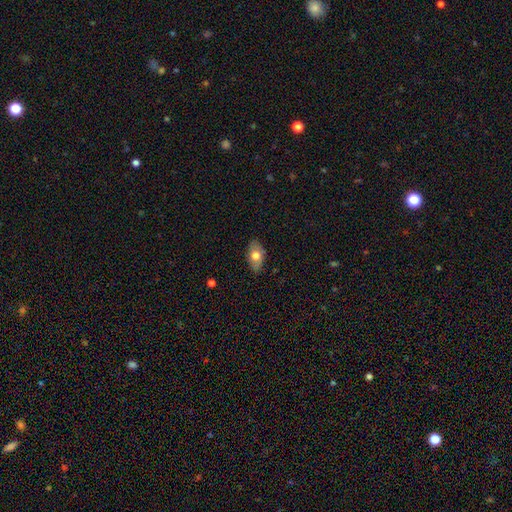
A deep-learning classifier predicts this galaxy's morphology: type=smooth (69%); roundness=in between (91%); merging=none (83%).